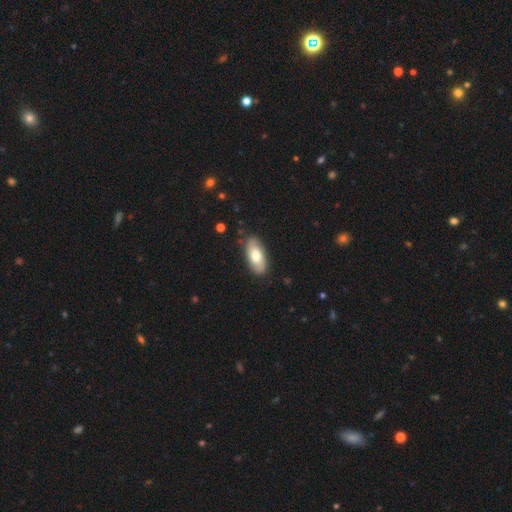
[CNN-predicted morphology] The model was most divided on "smooth or featured": smooth: 71%, featured or disk: 23%, star or artifact: 5%. More confident: how rounded — in between (89%); merging — none (85%).